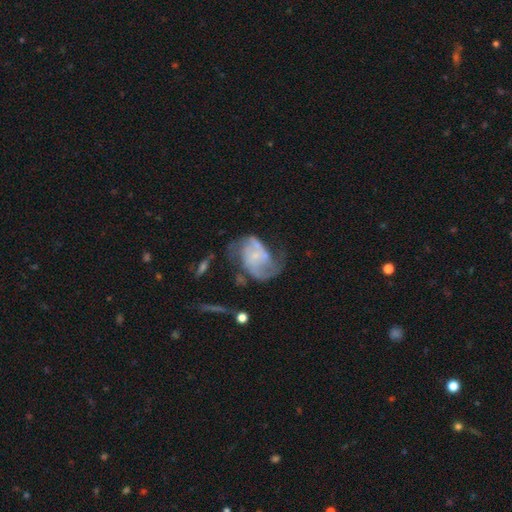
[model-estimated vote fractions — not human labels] Smooth or featured? Predicted: featured or disk (p=0.83). Edge-on disk? Predicted: no (p=0.98). Bar? Predicted: no (p=0.61). Spiral arms? Predicted: yes (p=0.93). Spiral winding? Predicted: medium (p=0.44). Spiral arm count? Predicted: 2 (p=0.84). Bulge size? Predicted: small (p=0.60). Merging? Predicted: none (p=0.44).